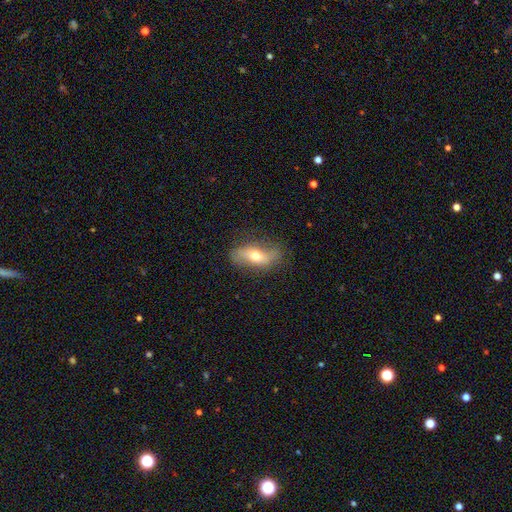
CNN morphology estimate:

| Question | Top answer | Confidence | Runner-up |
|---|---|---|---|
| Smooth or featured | featured or disk | 50% | smooth (43%) |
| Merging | none | 76% | minor disturbance (17%) |